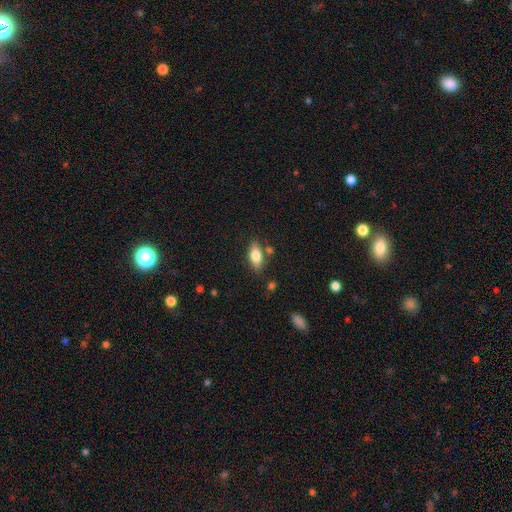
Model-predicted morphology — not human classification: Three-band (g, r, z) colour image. It shows a smooth galaxy with no disk features (75%) that is in between round and cigar-shaped (82%). Merging: none (77%).